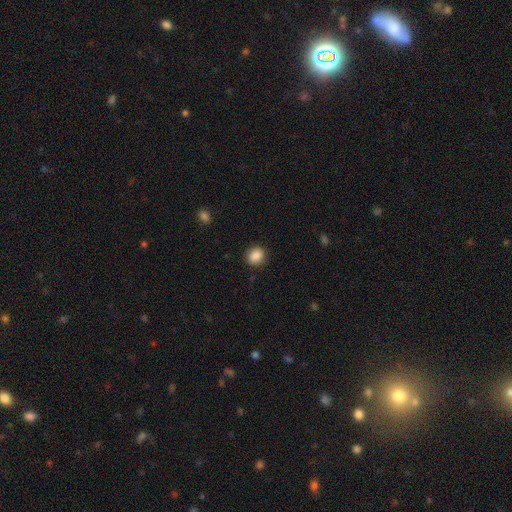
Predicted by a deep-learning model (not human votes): smooth 88%, star or artifact 9%, featured or disk 3%. Down the decision tree: how rounded — round (71%); merging — none (89%).